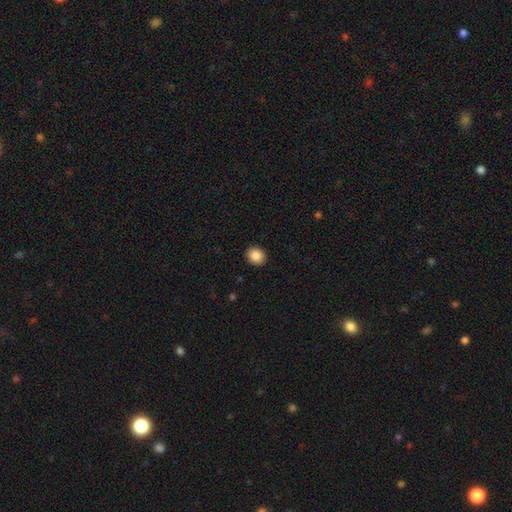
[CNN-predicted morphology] Smooth or featured?
  - smooth: 87% *
  - star or artifact: 9%
  - featured or disk: 5%
How rounded?
  - round: 65% *
  - in between: 34%
  - cigar-shaped: 1%
Merging?
  - none: 92% *
  - minor disturbance: 6%
  - major disturbance: 2%
  - merger: 1%